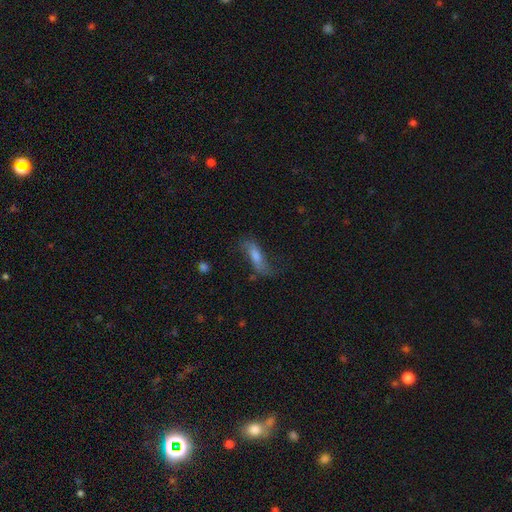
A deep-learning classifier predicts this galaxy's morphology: featured or disk 47%, smooth 42%, star or artifact 10%. Down the decision tree: merging — none (57%).